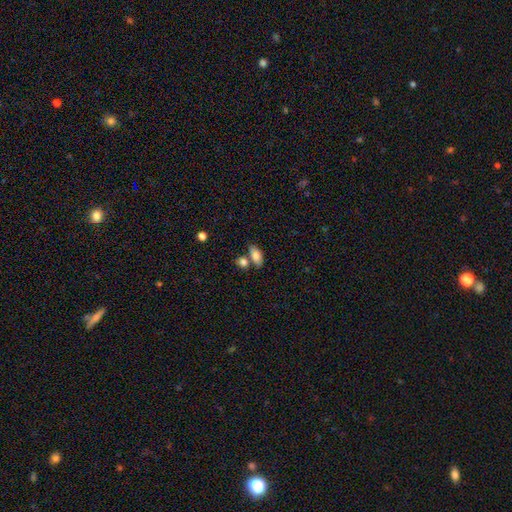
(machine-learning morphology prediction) smooth 80%, featured or disk 13%, star or artifact 8%. Down the decision tree: how rounded — in between (86%); merging — none (61%).